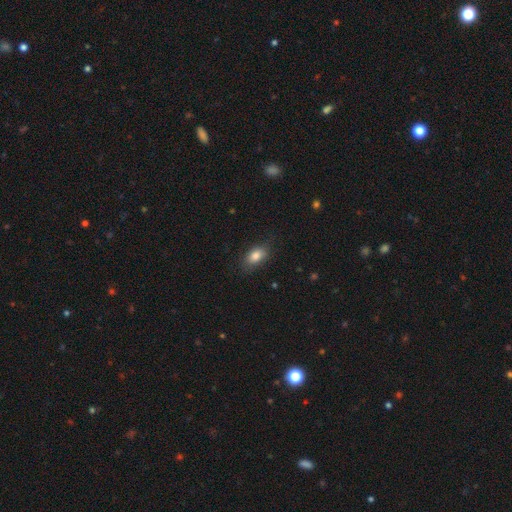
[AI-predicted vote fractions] Q: Smooth or featured?
A: smooth (83%); runner-up: featured or disk (9%)
Q: How rounded?
A: in between (88%); runner-up: round (9%)
Q: Merging?
A: none (79%); runner-up: minor disturbance (15%)